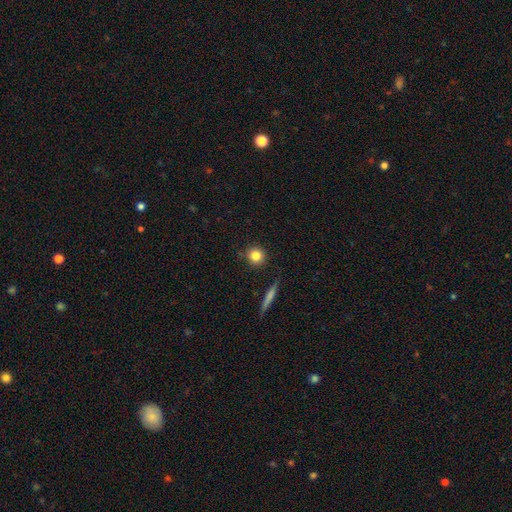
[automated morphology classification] Smooth or featured: smooth — 81% (star or artifact — 10%)
How rounded: round — 91% (in between — 7%)
Merging: none — 88% (minor disturbance — 8%)